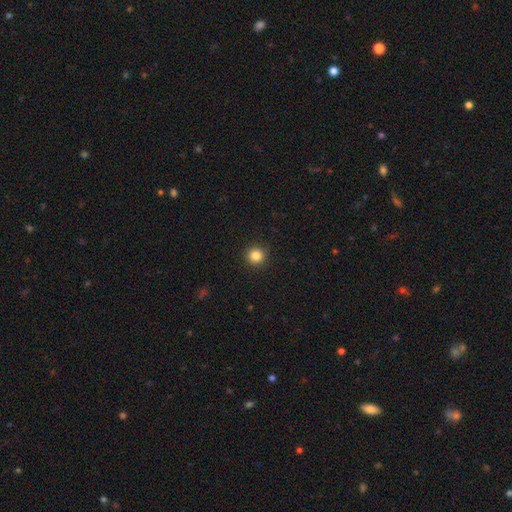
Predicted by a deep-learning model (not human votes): Smooth or featured? Predicted: smooth (p=0.84). How rounded? Predicted: round (p=0.95). Merging? Predicted: none (p=0.93).